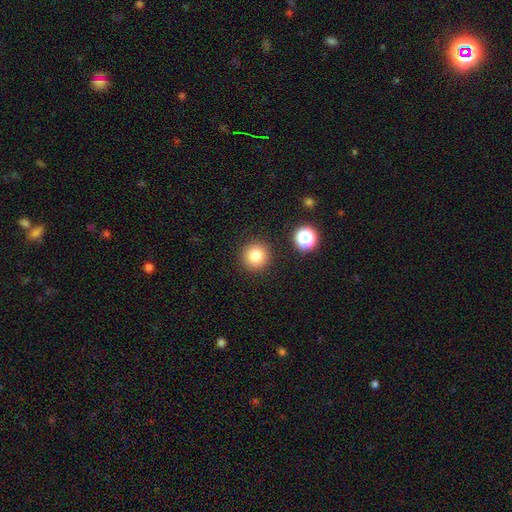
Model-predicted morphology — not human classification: A smooth galaxy with no disk features (82%) that is round (95%).

Vote fractions:
- Smooth or featured? smooth: 82% / star or artifact: 12% / featured or disk: 6%
- How rounded? round: 95% / in between: 4% / cigar-shaped: 1%
- Merging? none: 90% / minor disturbance: 6% / major disturbance: 2% / merger: 2%